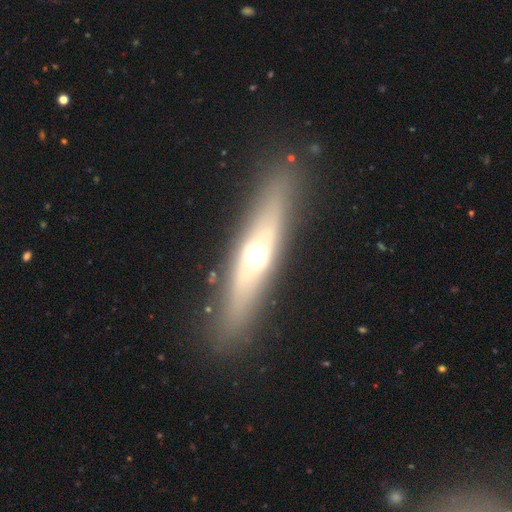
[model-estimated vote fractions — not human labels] A featured or disk galaxy (59%) viewed edge-on (75%).

Vote fractions:
- Smooth or featured? featured or disk: 59% / smooth: 34% / star or artifact: 7%
- Edge-on disk? yes: 75% / no: 25%
- Merging? none: 86% / minor disturbance: 9% / major disturbance: 3% / merger: 1%